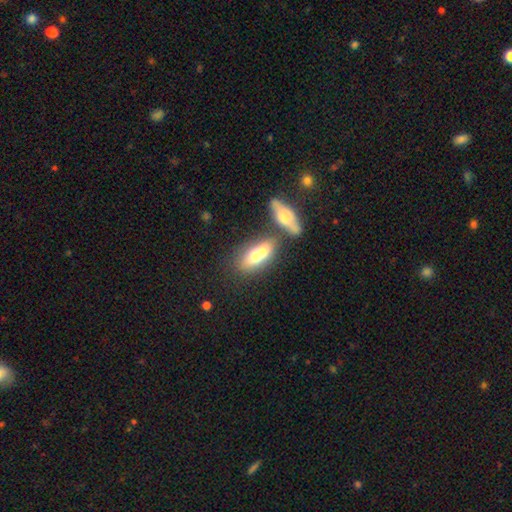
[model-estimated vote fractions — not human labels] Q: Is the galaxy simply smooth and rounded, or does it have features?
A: smooth — 63%.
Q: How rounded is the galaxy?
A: in between — 76%.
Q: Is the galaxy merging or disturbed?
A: merger — 57%.